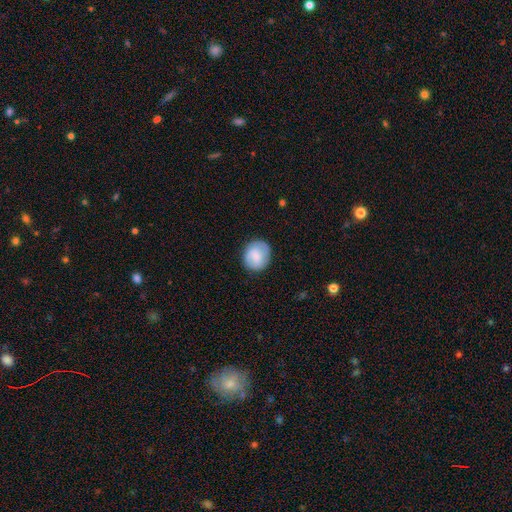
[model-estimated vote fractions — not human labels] Smooth or featured: smooth — 69% (featured or disk — 24%)
How rounded: round — 76% (in between — 23%)
Merging: none — 80% (minor disturbance — 14%)